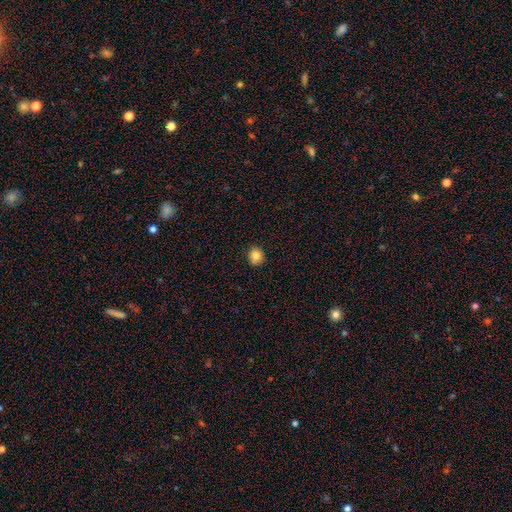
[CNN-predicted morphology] smooth 82%, star or artifact 11%, featured or disk 8%. Down the decision tree: how rounded — round (82%); merging — none (85%).